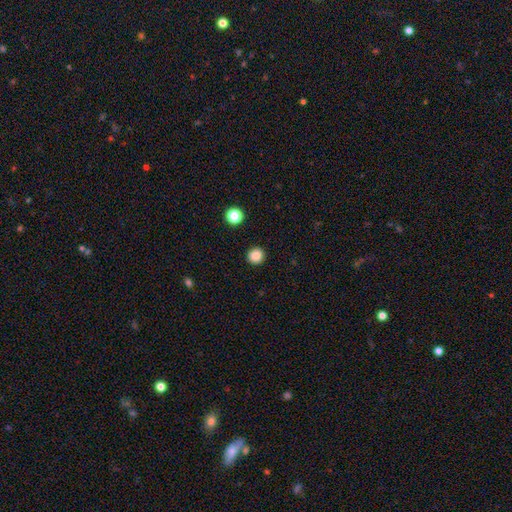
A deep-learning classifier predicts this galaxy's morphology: smooth-or-featured: smooth: 86% | star or artifact: 11% | featured or disk: 3%
  how-rounded: round: 93% | in between: 6% | cigar-shaped: 1%
  merging: none: 92% | minor disturbance: 5% | major disturbance: 2% | merger: 1%